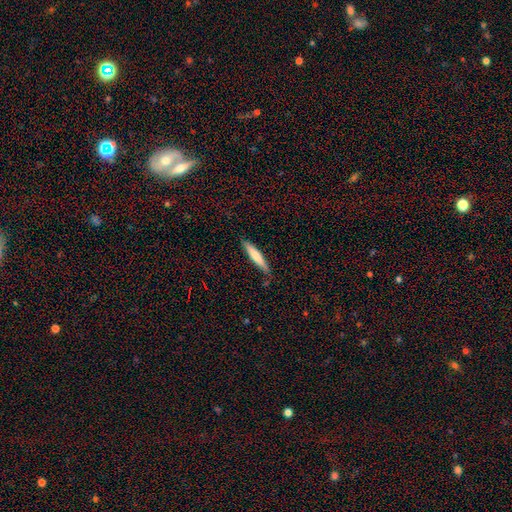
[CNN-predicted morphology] A smooth galaxy with no disk features (69%) that is cigar-shaped (91%).

Vote fractions:
- Smooth or featured? smooth: 69% / featured or disk: 25% / star or artifact: 6%
- How rounded? cigar-shaped: 91% / in between: 8% / round: 1%
- Merging? none: 83% / minor disturbance: 13% / major disturbance: 2% / merger: 2%